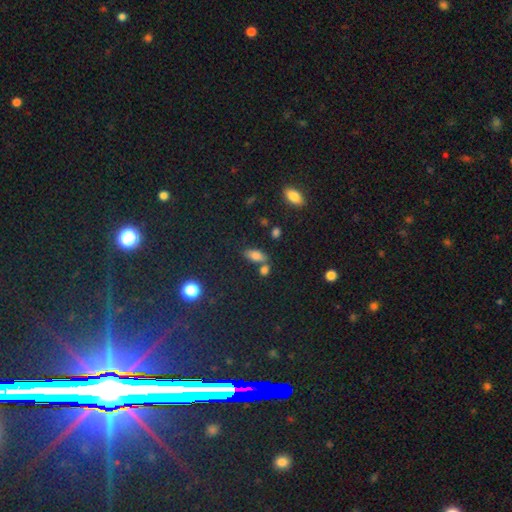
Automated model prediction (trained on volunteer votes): smooth 78%, star or artifact 13%, featured or disk 9%. Down the decision tree: how rounded — in between (84%); merging — none (61%).